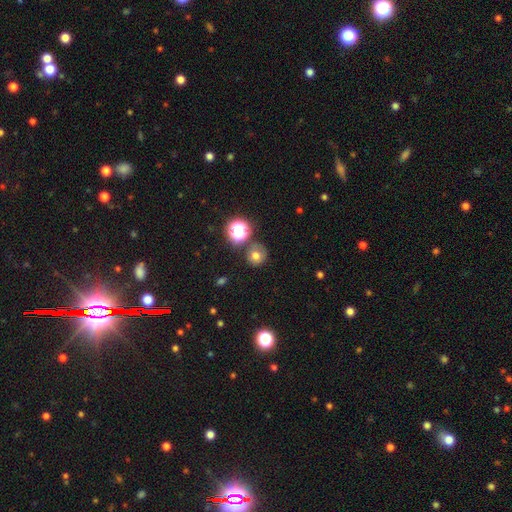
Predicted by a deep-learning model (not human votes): Smooth or featured?
  - smooth: 67% *
  - star or artifact: 20%
  - featured or disk: 12%
How rounded?
  - round: 87% *
  - in between: 12%
  - cigar-shaped: 1%
Merging?
  - none: 76% *
  - minor disturbance: 12%
  - merger: 8%
  - major disturbance: 4%